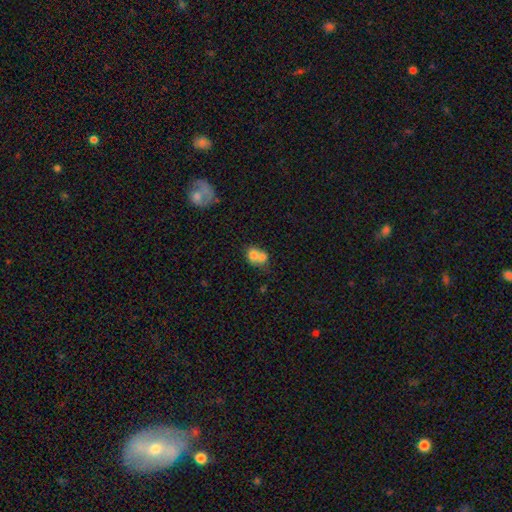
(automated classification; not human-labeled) A smooth galaxy with no disk features (69%) that is round (53%).

Vote fractions:
- Smooth or featured? smooth: 69% / featured or disk: 21% / star or artifact: 10%
- How rounded? round: 53% / in between: 46% / cigar-shaped: 1%
- Merging? merger: 67% / none: 22% / minor disturbance: 8% / major disturbance: 4%